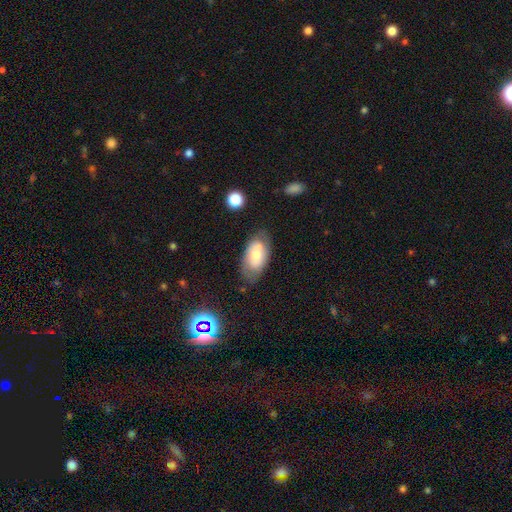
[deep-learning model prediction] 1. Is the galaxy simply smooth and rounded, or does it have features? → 61% smooth, 31% featured or disk, 8% star or artifact.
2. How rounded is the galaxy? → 93% in between, 4% round, 3% cigar-shaped.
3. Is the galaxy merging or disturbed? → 61% none, 25% minor disturbance, 8% major disturbance, 6% merger.